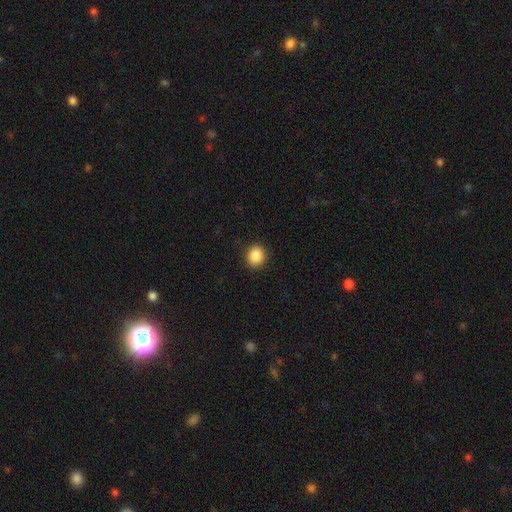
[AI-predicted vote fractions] Q: Smooth or featured?
A: smooth (88%); runner-up: star or artifact (9%)
Q: How rounded?
A: round (81%); runner-up: in between (18%)
Q: Merging?
A: none (91%); runner-up: minor disturbance (6%)